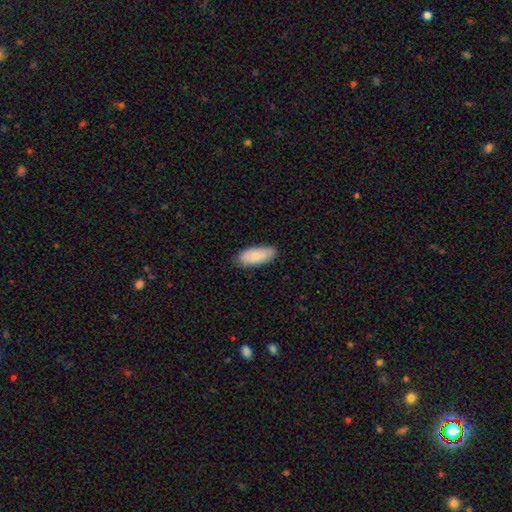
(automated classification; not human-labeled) The model was most divided on "smooth or featured": smooth: 81%, featured or disk: 13%, star or artifact: 6%. More confident: how rounded — in between (86%); merging — none (85%).